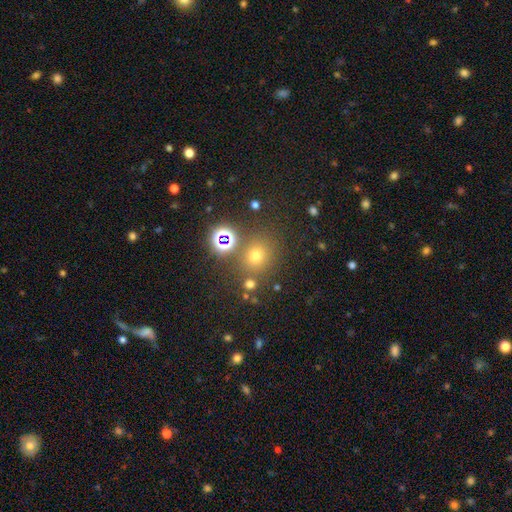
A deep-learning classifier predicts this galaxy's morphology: smooth-or-featured: smooth: 62% | star or artifact: 29% | featured or disk: 8%
  how-rounded: round: 79% | in between: 20% | cigar-shaped: 1%
  merging: none: 77% | minor disturbance: 10% | merger: 9% | major disturbance: 4%